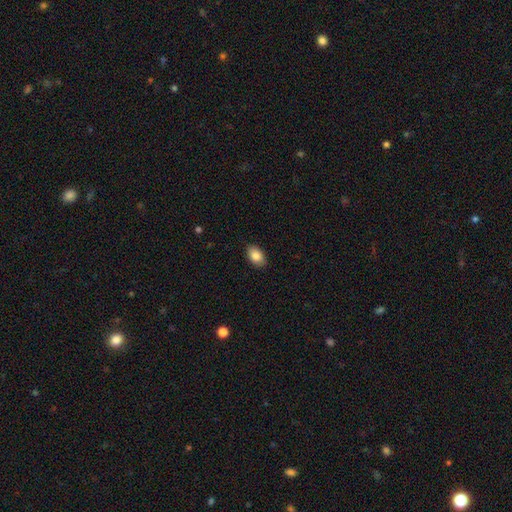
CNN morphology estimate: A smooth galaxy with no disk features (85%) that is in between round and cigar-shaped (90%). Merging: none (89%).